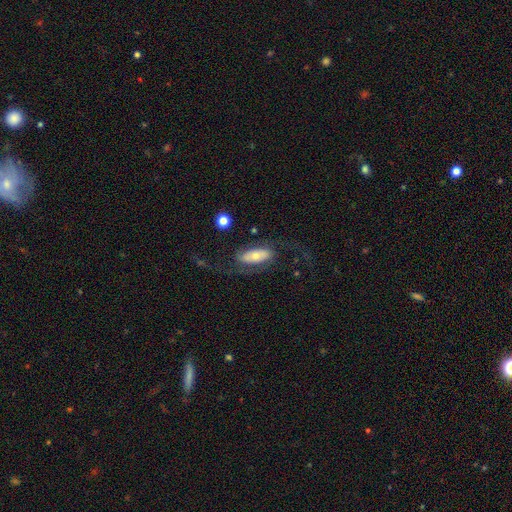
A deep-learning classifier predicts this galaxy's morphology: type=featured or disk (52%); edge-on=no (86%); merging=none (54%).